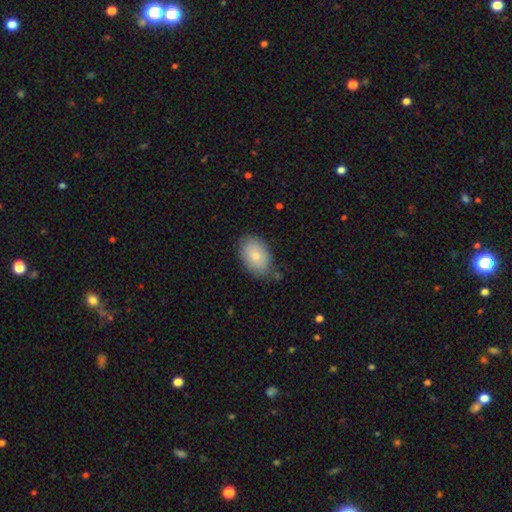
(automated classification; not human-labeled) Overall: smooth (81%). How rounded: in between (89%). Merging: none (76%).